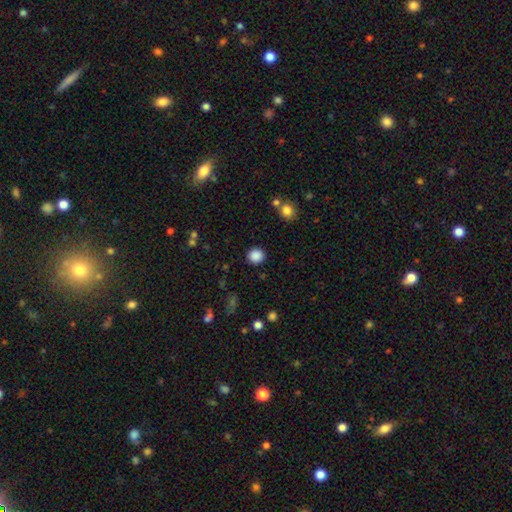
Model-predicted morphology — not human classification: smooth-or-featured: smooth: 87% | star or artifact: 10% | featured or disk: 3%
  how-rounded: round: 89% | in between: 10% | cigar-shaped: 1%
  merging: none: 90% | minor disturbance: 6% | major disturbance: 2% | merger: 2%